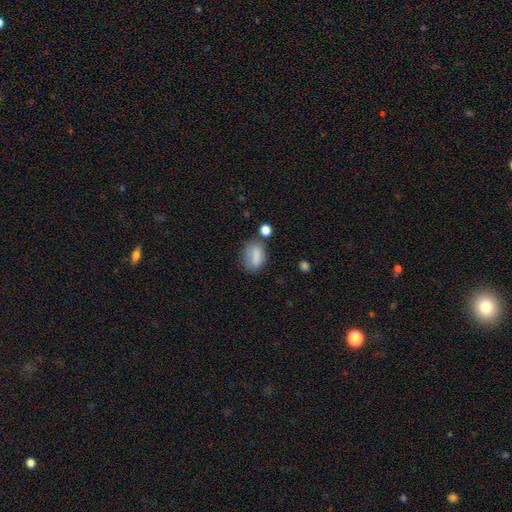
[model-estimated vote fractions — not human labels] Overall: smooth (80%). How rounded: in between (80%). Merging: none (57%; minor disturbance 24%).